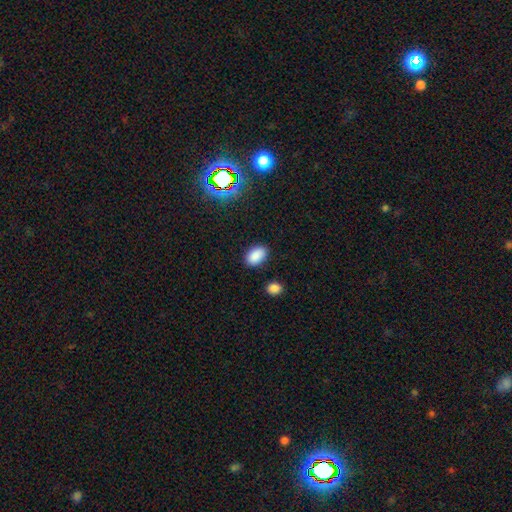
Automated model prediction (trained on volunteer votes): The model was most divided on "merging": none: 85%, minor disturbance: 10%, major disturbance: 3%, merger: 2%. More confident: how rounded — in between (89%); smooth or featured — smooth (87%).